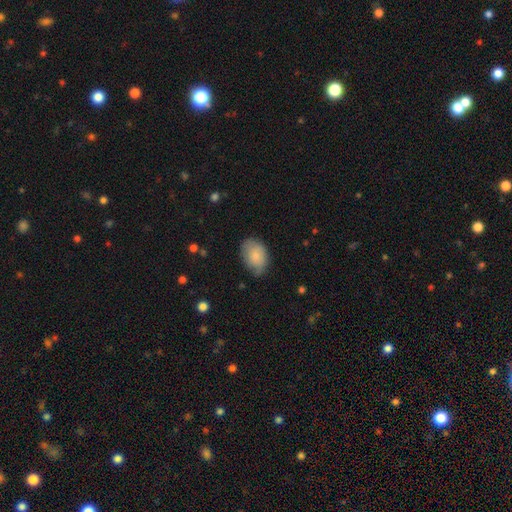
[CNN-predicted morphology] type=smooth (79%); roundness=in between (81%); merging=none (64%).